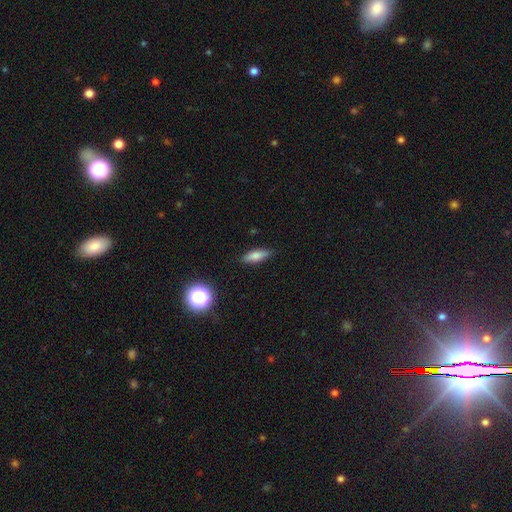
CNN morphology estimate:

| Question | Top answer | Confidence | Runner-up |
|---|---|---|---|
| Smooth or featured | smooth | 74% | featured or disk (17%) |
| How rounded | cigar-shaped | 49% | in between (48%) |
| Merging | none | 86% | minor disturbance (11%) |